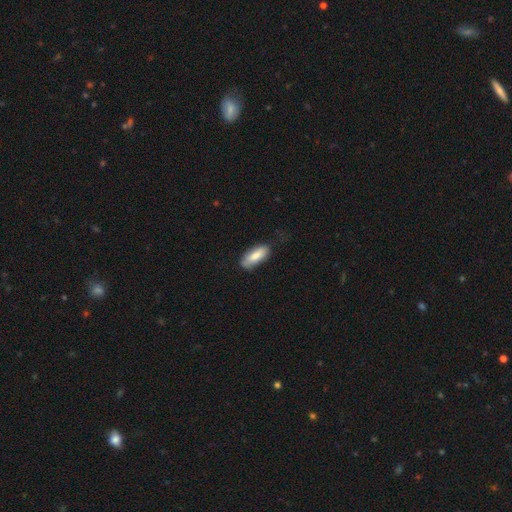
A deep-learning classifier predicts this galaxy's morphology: type=smooth (80%); roundness=in between (78%); merging=none (68%).